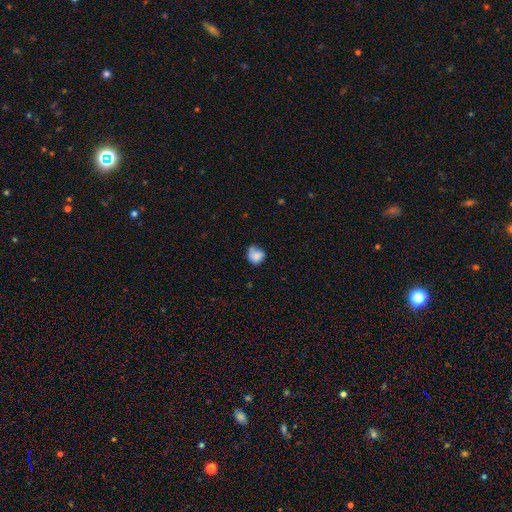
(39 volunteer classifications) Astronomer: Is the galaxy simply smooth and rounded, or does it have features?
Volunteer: smooth — 77%.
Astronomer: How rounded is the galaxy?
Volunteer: round — 63%.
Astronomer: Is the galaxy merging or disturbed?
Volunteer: none — 41% (runner-up: minor disturbance, 38%).